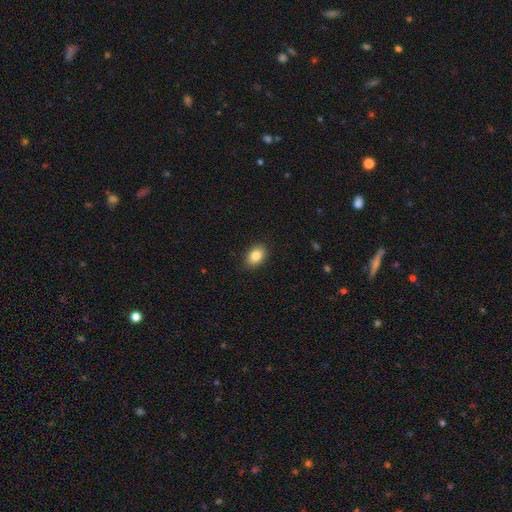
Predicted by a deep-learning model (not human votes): smooth-or-featured: smooth: 84% | star or artifact: 9% | featured or disk: 8%
  how-rounded: in between: 79% | round: 20% | cigar-shaped: 1%
  merging: none: 87% | minor disturbance: 10% | major disturbance: 2% | merger: 1%